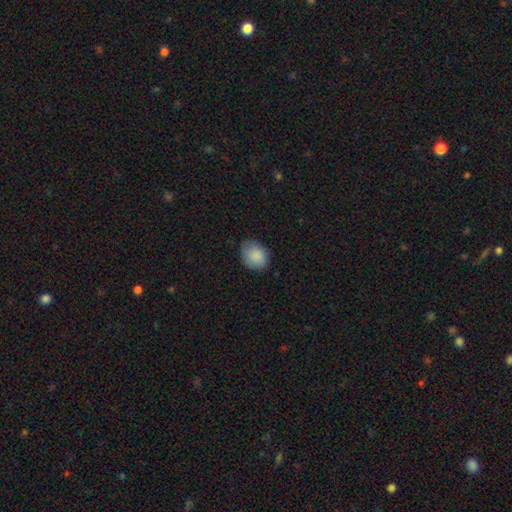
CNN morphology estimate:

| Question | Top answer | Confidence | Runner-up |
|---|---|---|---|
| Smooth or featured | smooth | 88% | star or artifact (7%) |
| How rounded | in between | 58% | round (41%) |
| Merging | none | 72% | minor disturbance (23%) |